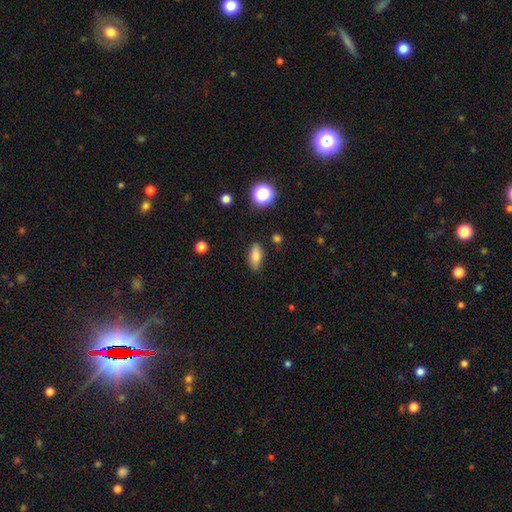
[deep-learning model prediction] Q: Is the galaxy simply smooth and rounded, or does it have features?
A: smooth — 81%.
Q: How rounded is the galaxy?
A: in between — 80%.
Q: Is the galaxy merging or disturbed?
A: none — 81%.